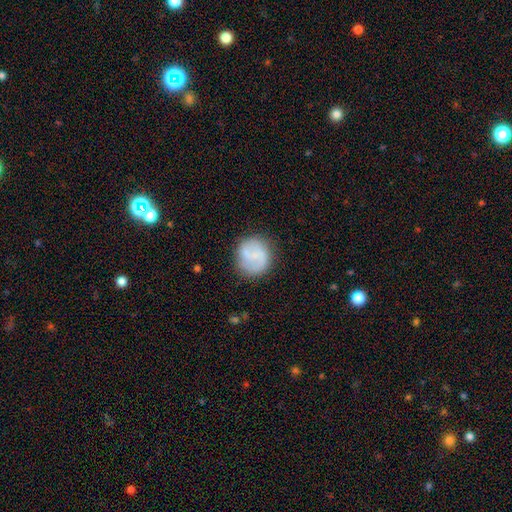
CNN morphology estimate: Overall: smooth (56%; featured or disk 36%). How rounded: round (89%). Merging: none (73%).